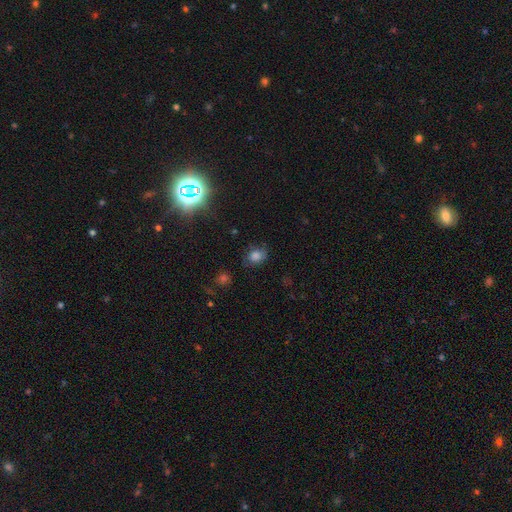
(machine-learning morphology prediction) smooth-or-featured: smooth: 76% | star or artifact: 15% | featured or disk: 9%
  how-rounded: in between: 50% | round: 48% | cigar-shaped: 1%
  merging: none: 68% | minor disturbance: 23% | major disturbance: 7% | merger: 2%